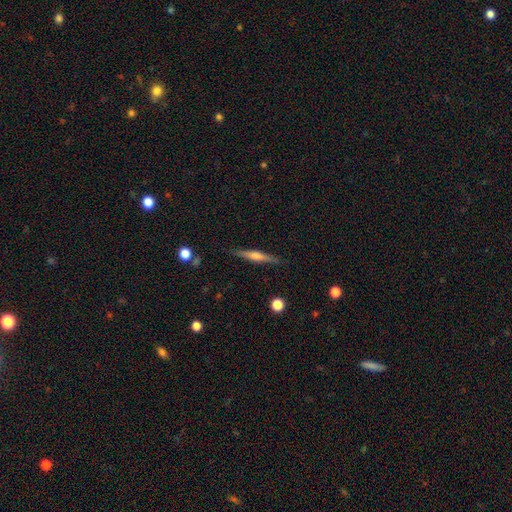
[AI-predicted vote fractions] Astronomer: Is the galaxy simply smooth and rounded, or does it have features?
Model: featured or disk — 59%.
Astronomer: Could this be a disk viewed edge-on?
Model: yes — 97%.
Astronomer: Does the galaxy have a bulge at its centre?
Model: rounded — 74%.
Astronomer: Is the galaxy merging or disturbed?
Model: none — 88%.